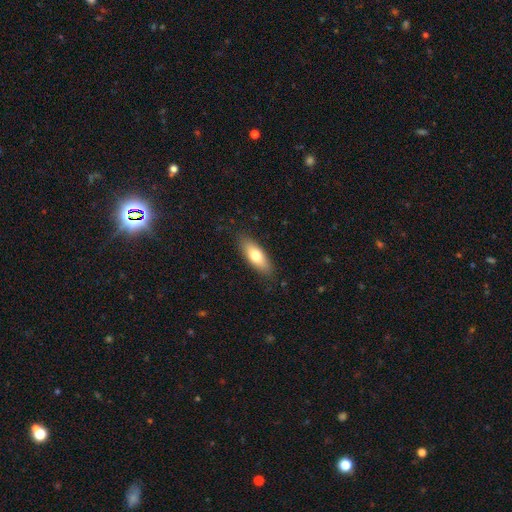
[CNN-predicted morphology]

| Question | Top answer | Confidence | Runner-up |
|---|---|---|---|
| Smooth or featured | smooth | 72% | featured or disk (22%) |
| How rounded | in between | 67% | cigar-shaped (31%) |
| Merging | none | 85% | minor disturbance (11%) |